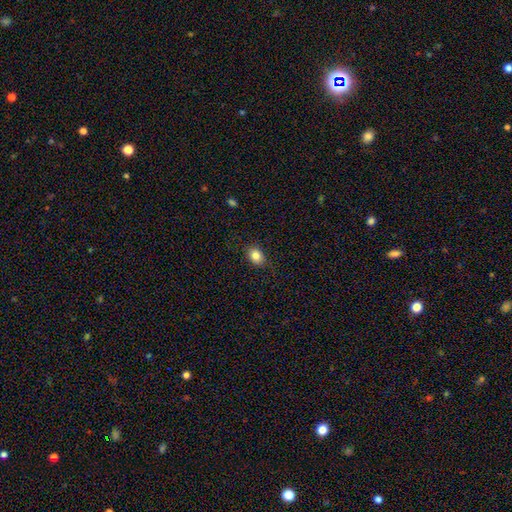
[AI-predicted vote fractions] Morphology: type=smooth (84%); roundness=in between (63%); merging=none (84%).